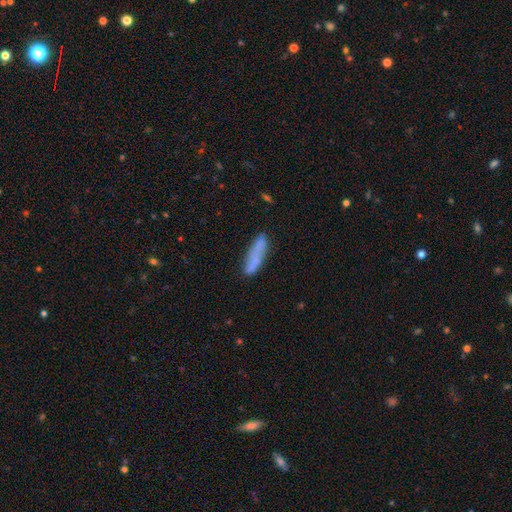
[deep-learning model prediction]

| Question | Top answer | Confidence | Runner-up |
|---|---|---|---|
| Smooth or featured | smooth | 66% | featured or disk (25%) |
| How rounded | cigar-shaped | 76% | in between (22%) |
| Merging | none | 71% | minor disturbance (18%) |